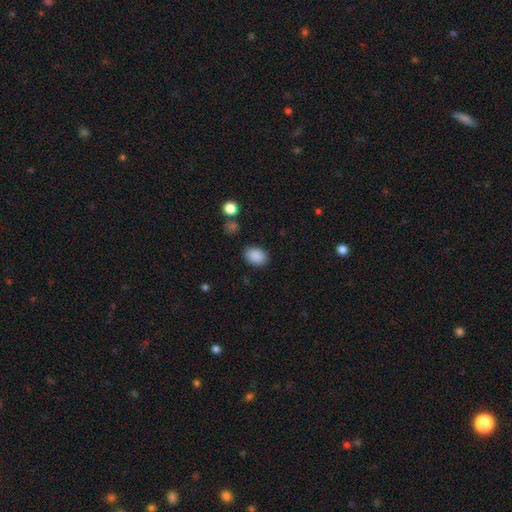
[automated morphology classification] Smooth or featured?
  - smooth: 88% *
  - star or artifact: 8%
  - featured or disk: 4%
How rounded?
  - in between: 77% *
  - round: 22%
  - cigar-shaped: 1%
Merging?
  - none: 85% *
  - minor disturbance: 10%
  - major disturbance: 3%
  - merger: 2%